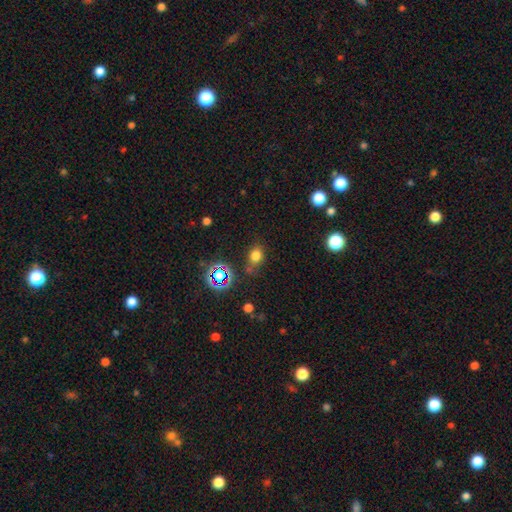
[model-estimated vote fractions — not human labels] Smooth or featured? Predicted: smooth (p=0.73). How rounded? Predicted: round (p=0.53). Merging? Predicted: none (p=0.71).